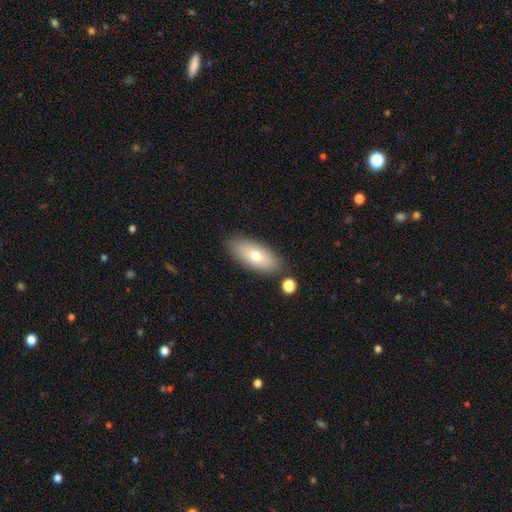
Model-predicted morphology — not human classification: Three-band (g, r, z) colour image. It shows a smooth galaxy with no disk features (73%) that is in between round and cigar-shaped (82%). Merging: none (83%).